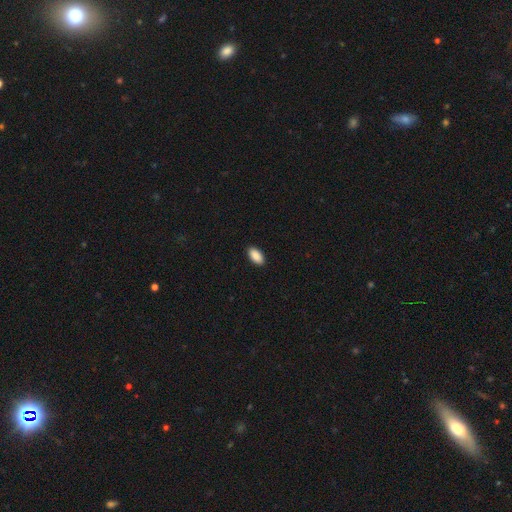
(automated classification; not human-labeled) Smooth or featured: smooth — 90% (star or artifact — 7%)
How rounded: in between — 94% (cigar-shaped — 3%)
Merging: none — 91% (minor disturbance — 7%)